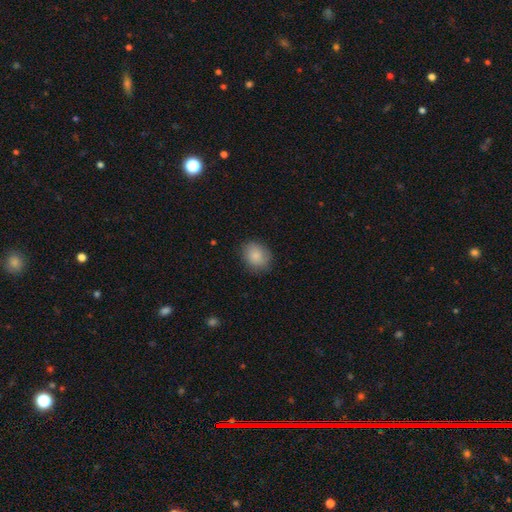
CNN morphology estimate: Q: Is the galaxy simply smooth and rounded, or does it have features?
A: smooth — 87%.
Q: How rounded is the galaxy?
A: round — 52%.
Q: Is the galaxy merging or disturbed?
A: none — 83%.